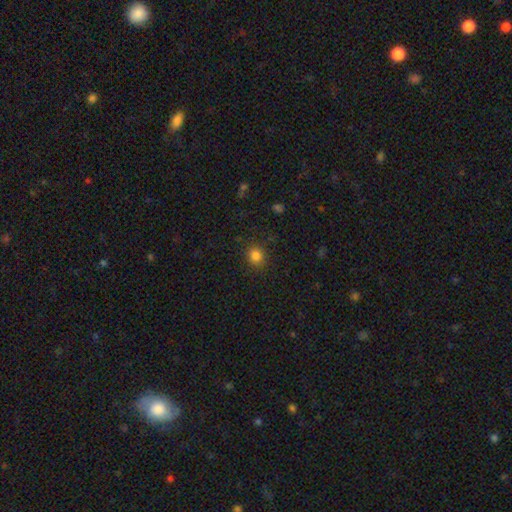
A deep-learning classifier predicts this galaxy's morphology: smooth-or-featured: smooth: 83% | star or artifact: 13% | featured or disk: 4%
  how-rounded: round: 84% | in between: 15% | cigar-shaped: 1%
  merging: none: 88% | minor disturbance: 8% | major disturbance: 3% | merger: 1%